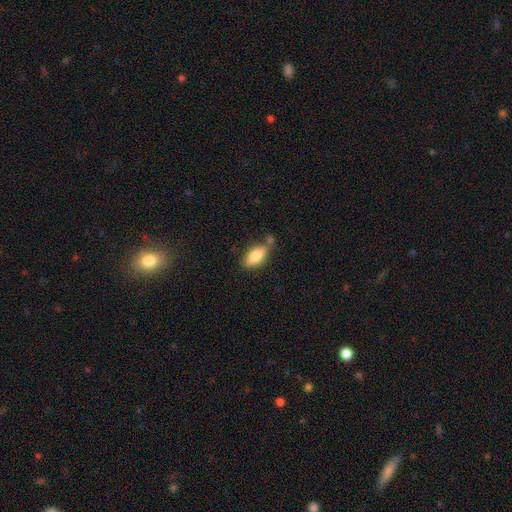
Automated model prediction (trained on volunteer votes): This is likely a smooth galaxy (79%). How rounded: clearly in between (86%). Merging: likely none (62%).